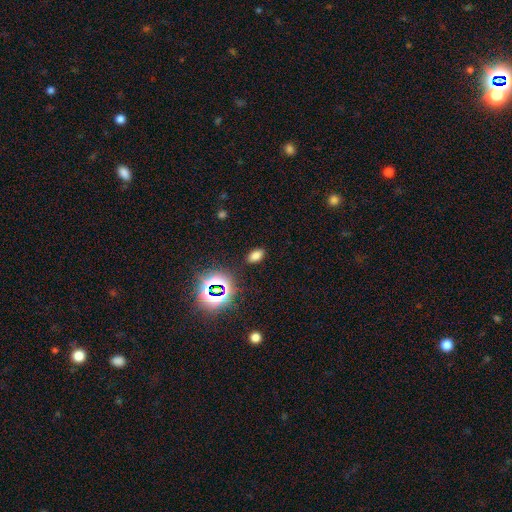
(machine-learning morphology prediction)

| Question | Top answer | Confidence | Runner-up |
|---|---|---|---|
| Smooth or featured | smooth | 70% | star or artifact (24%) |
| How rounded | in between | 89% | round (8%) |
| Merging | none | 87% | minor disturbance (9%) |